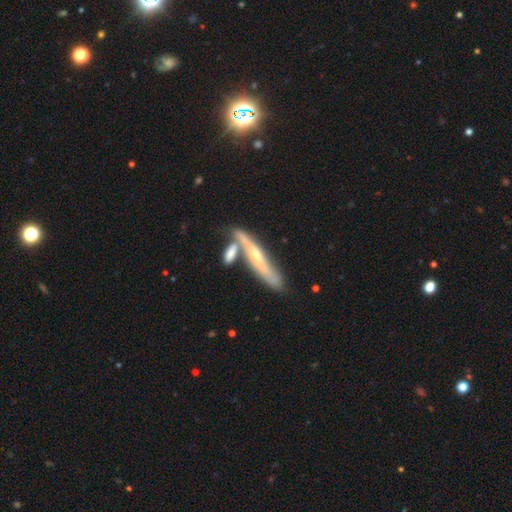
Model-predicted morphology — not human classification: type=featured or disk (63%); edge-on=yes (71%); merging=none (51%).